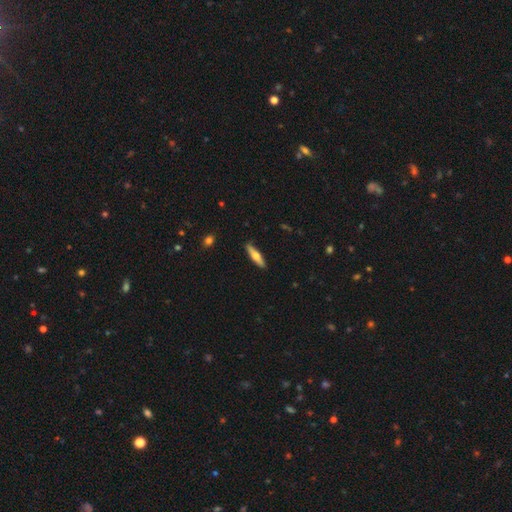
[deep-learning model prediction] Q: Smooth or featured?
A: smooth (53%); runner-up: featured or disk (42%)
Q: How rounded?
A: cigar-shaped (75%); runner-up: in between (23%)
Q: Merging?
A: none (88%); runner-up: minor disturbance (9%)